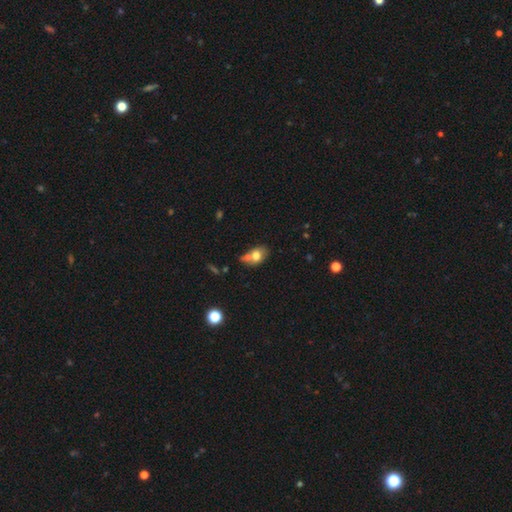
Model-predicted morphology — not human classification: Smooth or featured?
  - smooth: 72% *
  - featured or disk: 18%
  - star or artifact: 10%
How rounded?
  - in between: 65% *
  - round: 34%
  - cigar-shaped: 1%
Merging?
  - merger: 46% *
  - none: 36%
  - minor disturbance: 13%
  - major disturbance: 5%